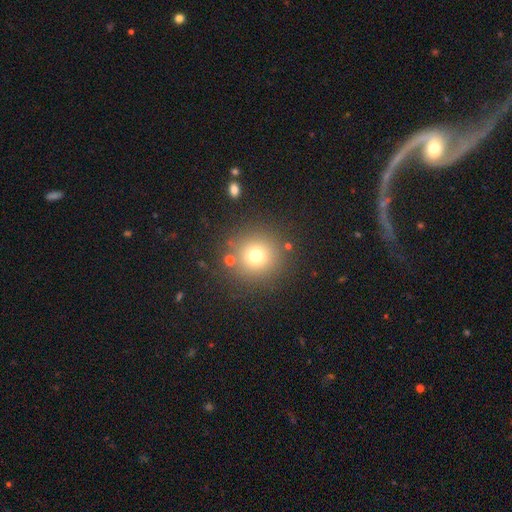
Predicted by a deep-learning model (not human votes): Smooth or featured: smooth — 72% (star or artifact — 17%)
How rounded: round — 94% (in between — 5%)
Merging: none — 84% (minor disturbance — 8%)